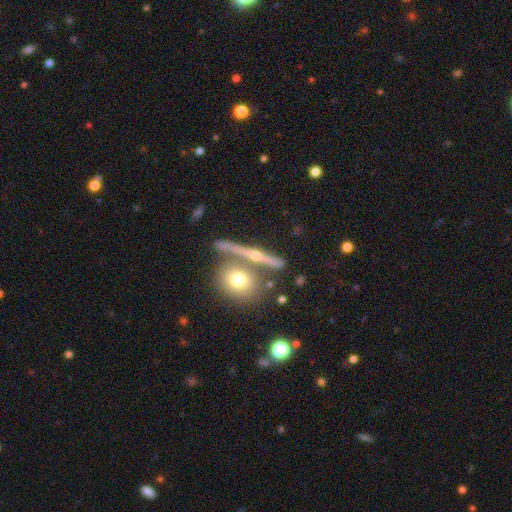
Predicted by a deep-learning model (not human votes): The model was most divided on "smooth or featured": featured or disk: 70%, smooth: 21%, star or artifact: 9%. More confident: edge-on disk — yes (94%); edge-on bulge — rounded (89%); merging — none (73%).